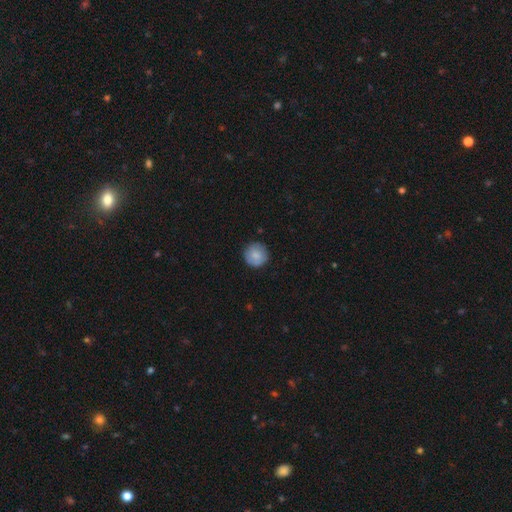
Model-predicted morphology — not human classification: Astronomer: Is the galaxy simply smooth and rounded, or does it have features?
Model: smooth — 82%.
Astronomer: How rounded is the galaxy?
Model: round — 94%.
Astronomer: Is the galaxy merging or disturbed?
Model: none — 86%.